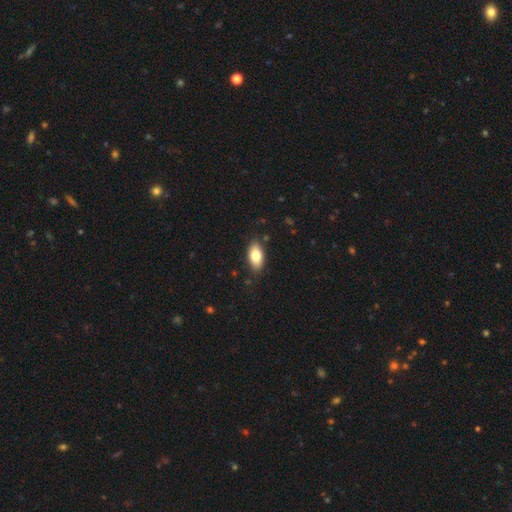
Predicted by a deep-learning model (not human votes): Q: Smooth or featured?
A: smooth (78%); runner-up: featured or disk (15%)
Q: How rounded?
A: in between (91%); runner-up: cigar-shaped (5%)
Q: Merging?
A: none (85%); runner-up: minor disturbance (12%)